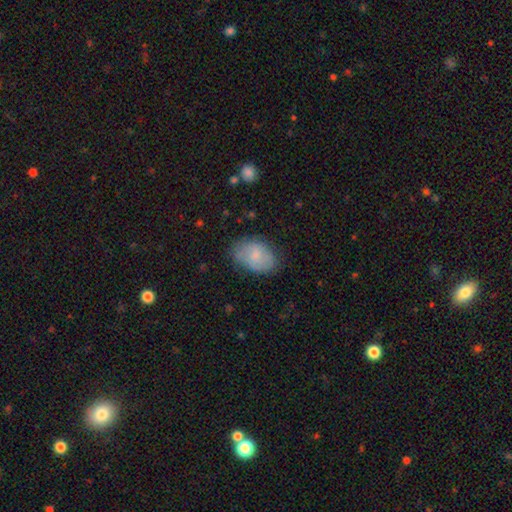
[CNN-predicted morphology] Smooth or featured: smooth — 71% (featured or disk — 22%)
How rounded: in between — 87% (round — 12%)
Merging: none — 67% (minor disturbance — 25%)